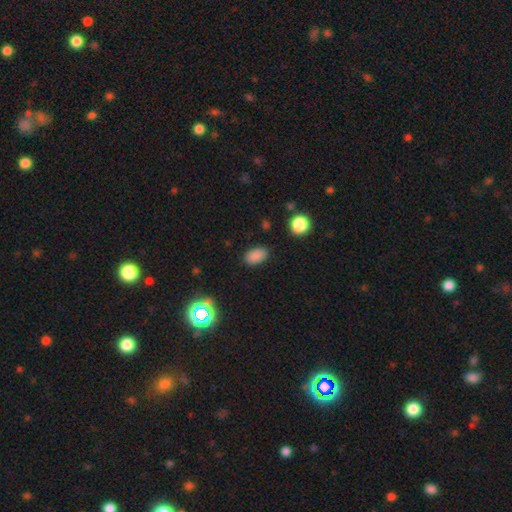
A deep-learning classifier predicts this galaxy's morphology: smooth_or_featured: smooth (p=0.83) [alt: star or artifact p=0.12]
how_rounded: in between (p=0.89) [alt: round p=0.09]
merging: none (p=0.85) [alt: minor disturbance p=0.11]